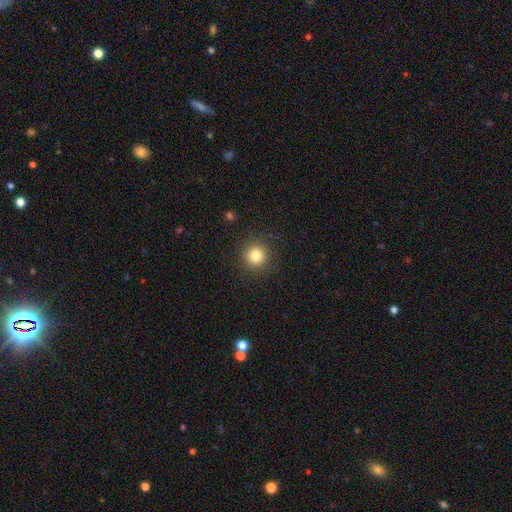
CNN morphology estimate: A smooth galaxy with no disk features (82%) that is round (95%).

Vote fractions:
- Smooth or featured? smooth: 82% / star or artifact: 12% / featured or disk: 6%
- How rounded? round: 95% / in between: 4% / cigar-shaped: 1%
- Merging? none: 91% / minor disturbance: 5% / major disturbance: 2% / merger: 1%